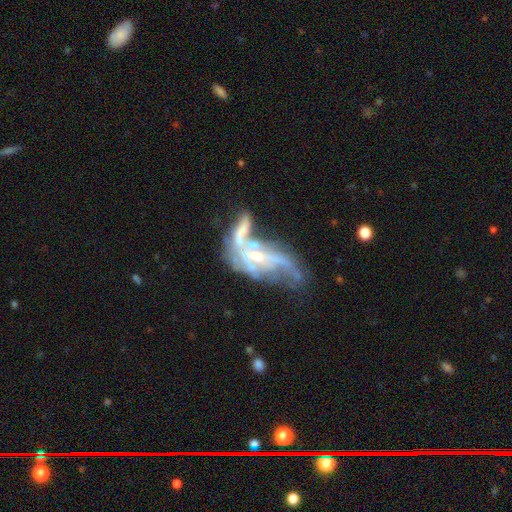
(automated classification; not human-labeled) The model was most divided on "spiral arm count": 2: 37%, can't tell: 30%, 3: 14%, 1: 9%, 4: 6%, more than 4: 4%. Remaining: edge-on disk — no (93%); smooth or featured — featured or disk (77%); spiral arms — yes (73%); spiral winding — loose (60%); bar — no (56%); bulge size — small (52%); merging — merger (43%).